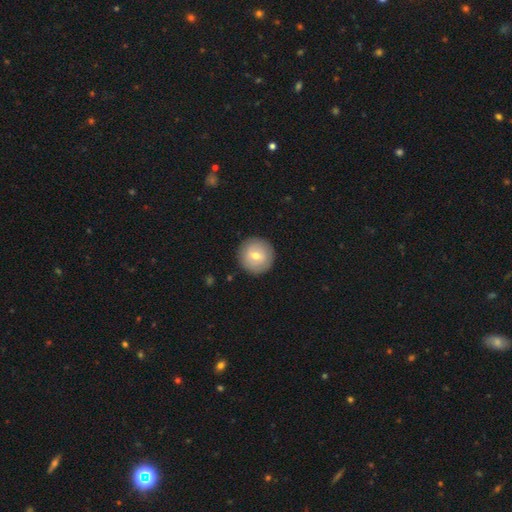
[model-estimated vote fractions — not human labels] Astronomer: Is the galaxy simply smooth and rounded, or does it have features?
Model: smooth — 69%.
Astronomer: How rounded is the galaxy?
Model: round — 94%.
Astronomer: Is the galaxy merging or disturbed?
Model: none — 91%.